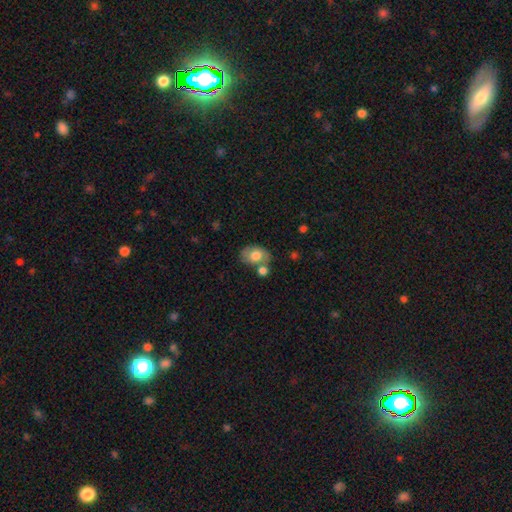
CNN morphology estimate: A smooth galaxy with no disk features (74%) that is in between round and cigar-shaped (73%). Merging: none (55%).